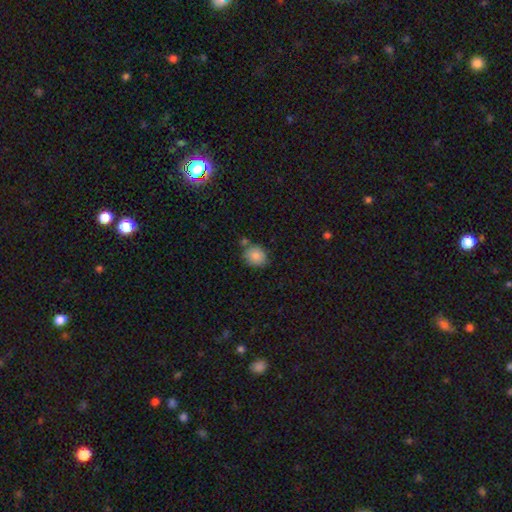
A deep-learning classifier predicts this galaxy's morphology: type=smooth (86%); roundness=round (70%); merging=none (70%).